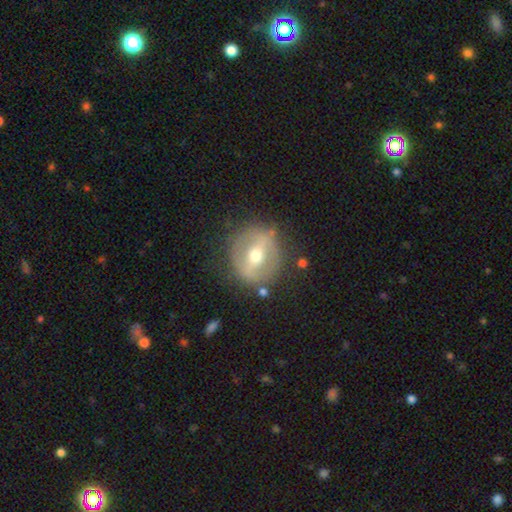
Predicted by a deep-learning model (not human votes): Q: Smooth or featured?
A: featured or disk (65%); runner-up: smooth (29%)
Q: Edge-on disk?
A: no (89%); runner-up: yes (11%)
Q: Bar?
A: strong (58%); runner-up: weak (28%)
Q: Spiral arms?
A: no (77%); runner-up: yes (23%)
Q: Bulge size?
A: moderate (74%); runner-up: small (18%)
Q: Merging?
A: none (81%); runner-up: minor disturbance (12%)